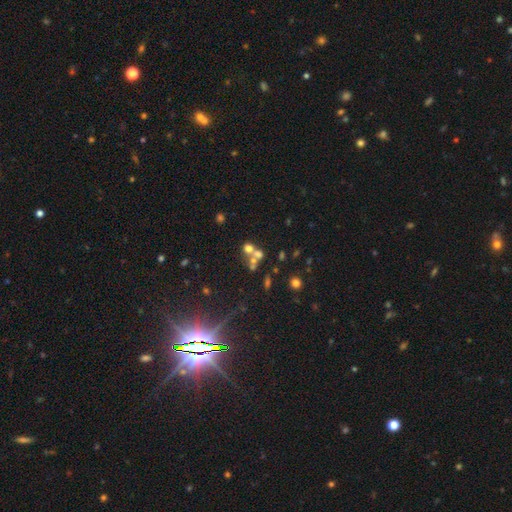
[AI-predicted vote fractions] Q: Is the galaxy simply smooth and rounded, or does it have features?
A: smooth — 50%.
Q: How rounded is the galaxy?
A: round — 76%.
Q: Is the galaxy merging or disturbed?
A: merger — 51%.